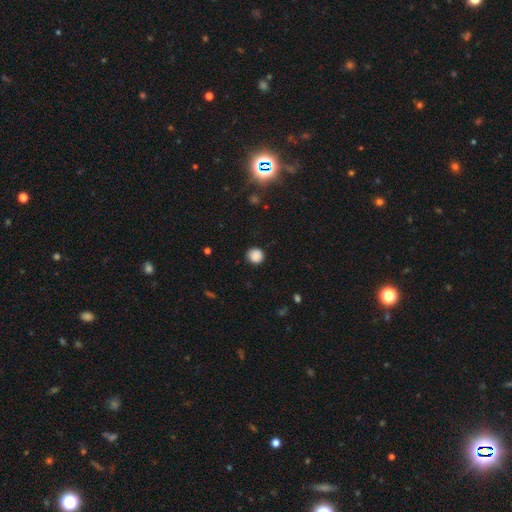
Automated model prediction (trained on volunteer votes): A smooth galaxy with no disk features (87%) that is round (93%).

Vote fractions:
- Smooth or featured? smooth: 87% / star or artifact: 10% / featured or disk: 3%
- How rounded? round: 93% / in between: 6% / cigar-shaped: 1%
- Merging? none: 89% / minor disturbance: 7% / major disturbance: 2% / merger: 1%